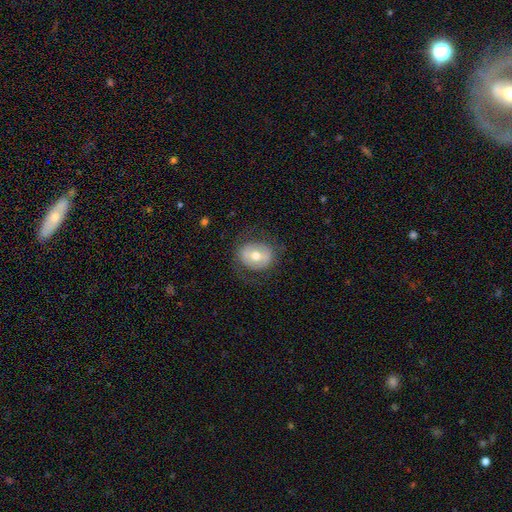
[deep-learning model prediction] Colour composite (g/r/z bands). It shows a smooth galaxy with no disk features (48%). Merging: none (74%).